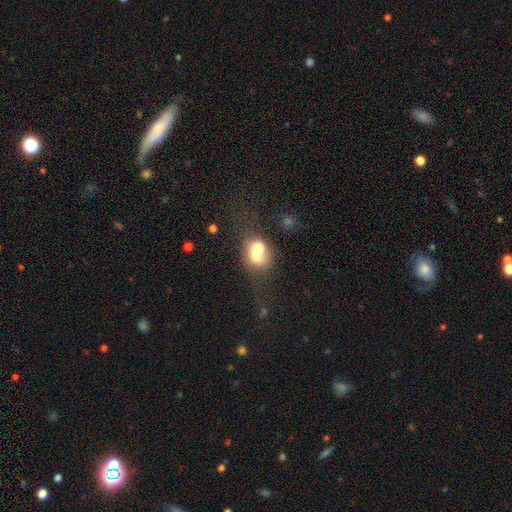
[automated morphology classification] Overall: smooth (62%; featured or disk 28%). How rounded: round (59%; in between 39%). Merging: merger (69%).